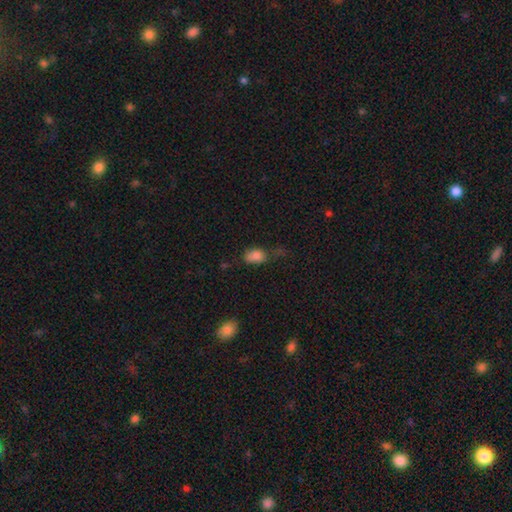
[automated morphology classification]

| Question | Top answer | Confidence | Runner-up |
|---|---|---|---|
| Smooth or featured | smooth | 81% | star or artifact (11%) |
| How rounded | in between | 83% | round (14%) |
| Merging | none | 39% | minor disturbance (31%) |